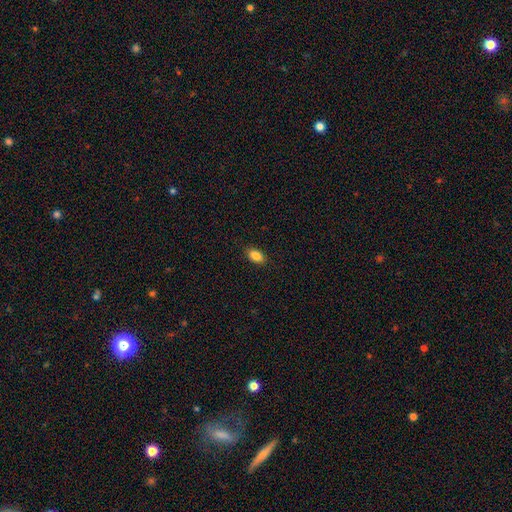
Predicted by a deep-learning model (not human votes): smooth-or-featured: smooth: 86% | star or artifact: 9% | featured or disk: 5%
  how-rounded: in between: 88% | round: 11% | cigar-shaped: 2%
  merging: none: 89% | minor disturbance: 8% | major disturbance: 2% | merger: 1%